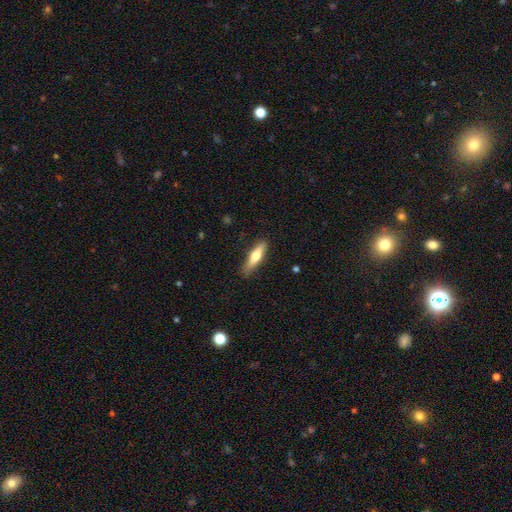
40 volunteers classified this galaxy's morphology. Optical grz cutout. It shows a smooth galaxy with no disk features (52%) that is cigar-shaped (95%). Merging: none (76%).